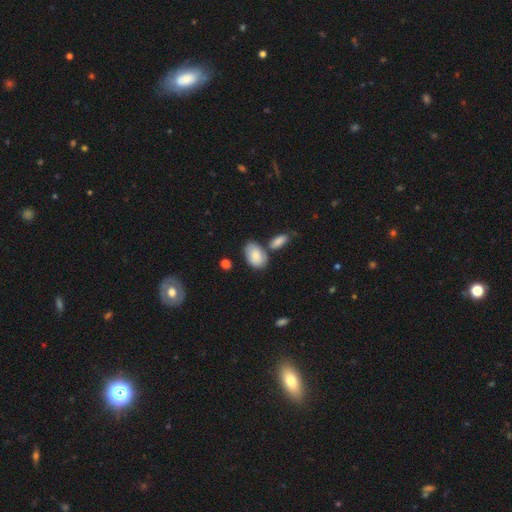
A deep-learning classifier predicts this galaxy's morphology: smooth_or_featured: smooth (p=0.79) [alt: featured or disk p=0.15]
how_rounded: in between (p=0.89) [alt: round p=0.10]
merging: none (p=0.54) [alt: merger p=0.21]